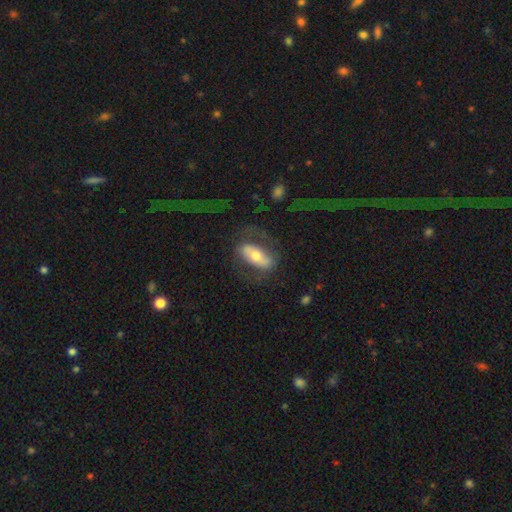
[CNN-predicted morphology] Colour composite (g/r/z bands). It shows a featured or disk galaxy (51%). Merging: none (63%).